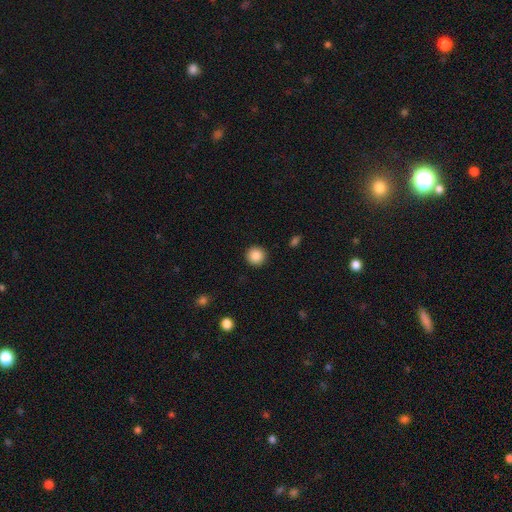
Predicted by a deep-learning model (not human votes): Morphology: type=smooth (88%); roundness=round (94%); merging=none (92%).